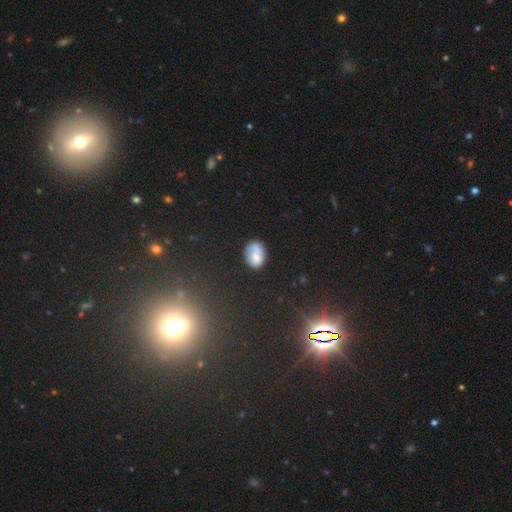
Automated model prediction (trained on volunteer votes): A smooth galaxy with no disk features (69%) that is in between round and cigar-shaped (75%).

Vote fractions:
- Smooth or featured? smooth: 69% / featured or disk: 20% / star or artifact: 11%
- How rounded? in between: 75% / round: 24% / cigar-shaped: 1%
- Merging? none: 59% / minor disturbance: 24% / merger: 11% / major disturbance: 7%